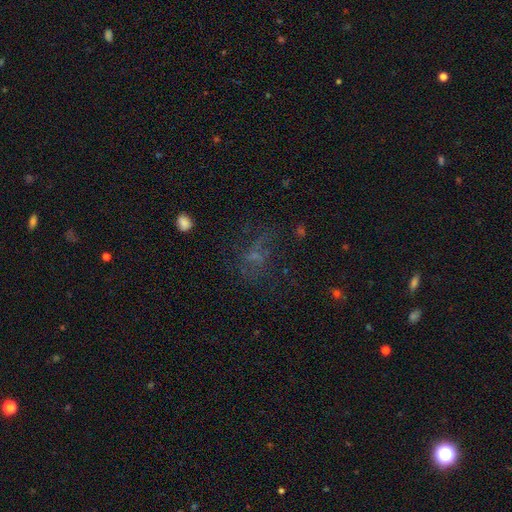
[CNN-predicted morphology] A smooth galaxy with no disk features (34%, tied with featured or disk). Merging: none (47%).